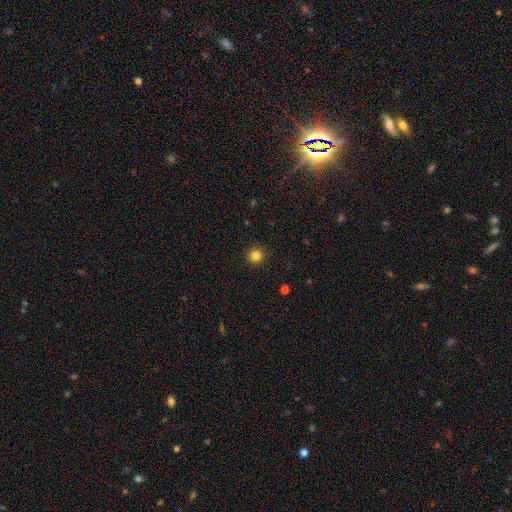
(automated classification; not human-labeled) This appears to be a smooth galaxy with no disk features (83%) that is round (95%). Merging: none (92%).